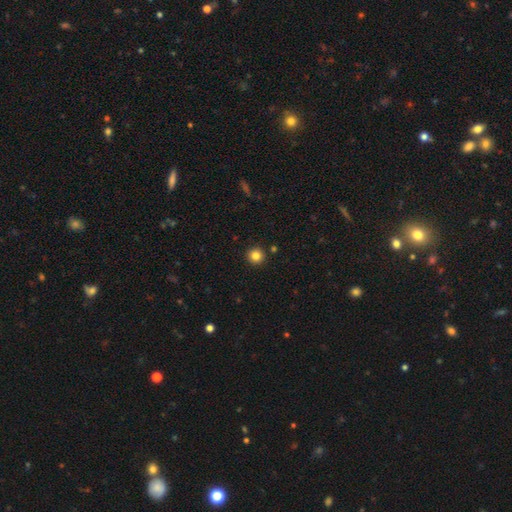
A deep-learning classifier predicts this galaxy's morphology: Overall: smooth (83%). How rounded: round (95%). Merging: none (92%).